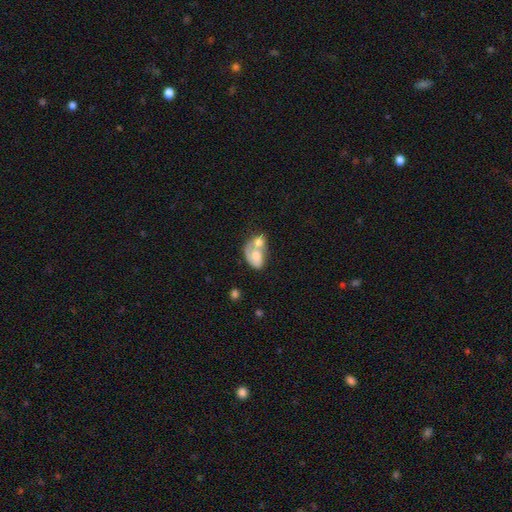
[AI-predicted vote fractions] A smooth galaxy with no disk features (52%) that is in between round and cigar-shaped (78%).

Vote fractions:
- Smooth or featured? smooth: 52% / featured or disk: 41% / star or artifact: 7%
- How rounded? in between: 78% / round: 21% / cigar-shaped: 2%
- Merging? merger: 74% / none: 11% / major disturbance: 8% / minor disturbance: 7%